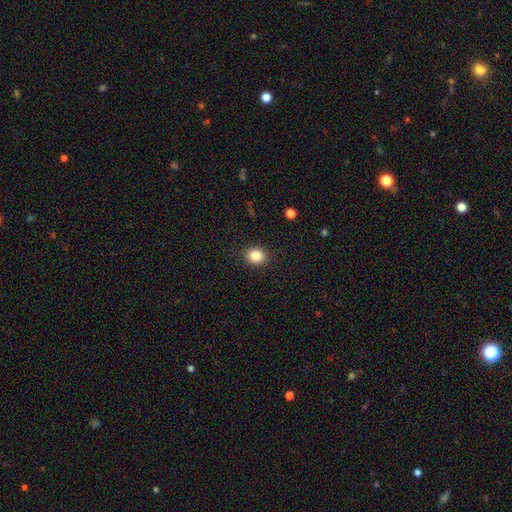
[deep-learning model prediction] The model was most divided on "how rounded": round: 70%, in between: 29%, cigar-shaped: 1%. More confident: merging — none (89%); smooth or featured — smooth (85%).